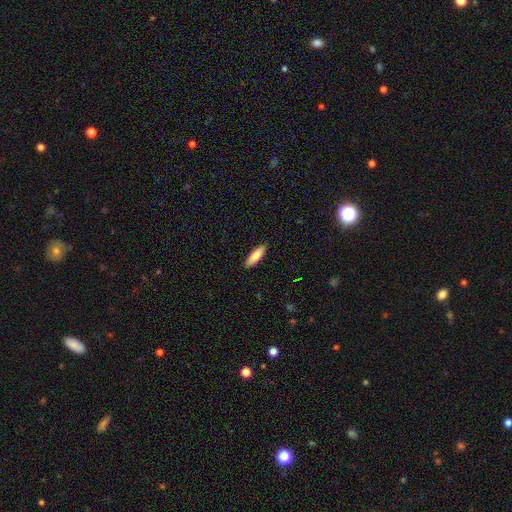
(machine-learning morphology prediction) smooth 83%, featured or disk 12%, star or artifact 6%. Down the decision tree: how rounded — cigar-shaped (52%); merging — none (89%).